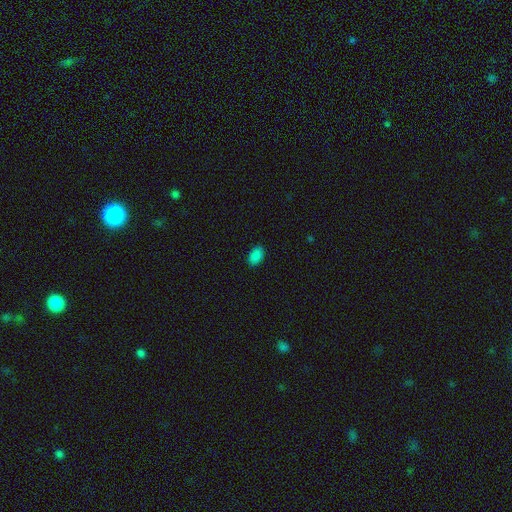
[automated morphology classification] This appears to be a smooth galaxy with no disk features (87%) that is in between round and cigar-shaped (92%). Merging: none (88%).